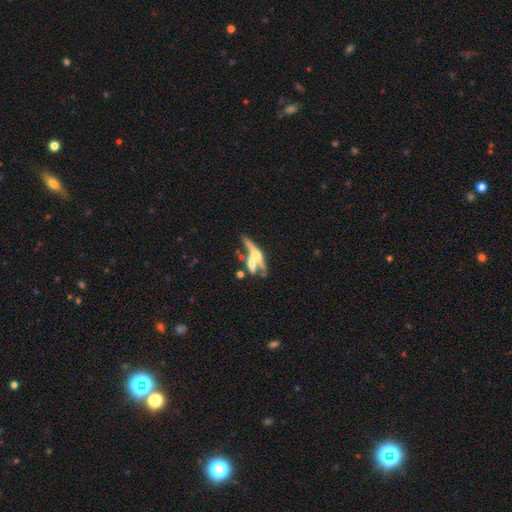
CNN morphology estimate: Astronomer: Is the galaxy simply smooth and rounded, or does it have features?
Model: featured or disk — 64%.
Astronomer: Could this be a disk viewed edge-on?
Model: yes — 77%.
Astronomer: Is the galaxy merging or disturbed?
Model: merger — 48% (runner-up: none, 31%).